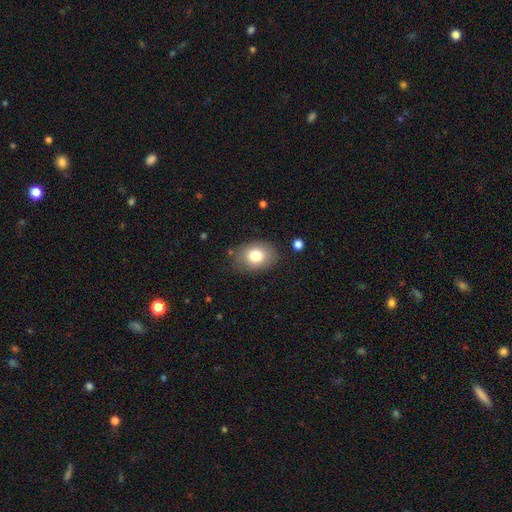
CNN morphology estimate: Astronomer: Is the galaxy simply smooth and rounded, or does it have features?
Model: smooth — 78%.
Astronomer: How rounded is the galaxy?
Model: in between — 67%.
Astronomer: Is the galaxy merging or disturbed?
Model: none — 80%.